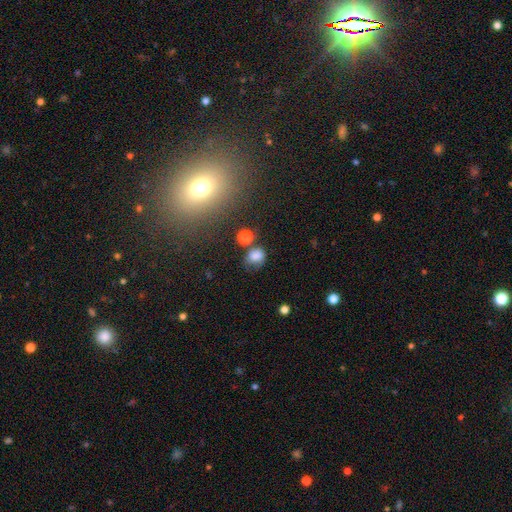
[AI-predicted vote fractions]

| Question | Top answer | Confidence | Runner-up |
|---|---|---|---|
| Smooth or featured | smooth | 76% | star or artifact (14%) |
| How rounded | round | 56% | in between (42%) |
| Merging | none | 47% | minor disturbance (26%) |